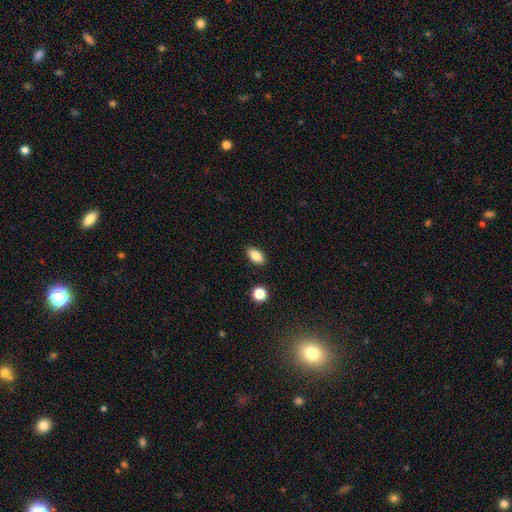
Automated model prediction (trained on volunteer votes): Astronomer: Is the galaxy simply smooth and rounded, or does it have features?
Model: smooth — 84%.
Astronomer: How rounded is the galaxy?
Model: in between — 89%.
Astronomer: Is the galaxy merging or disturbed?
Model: none — 89%.